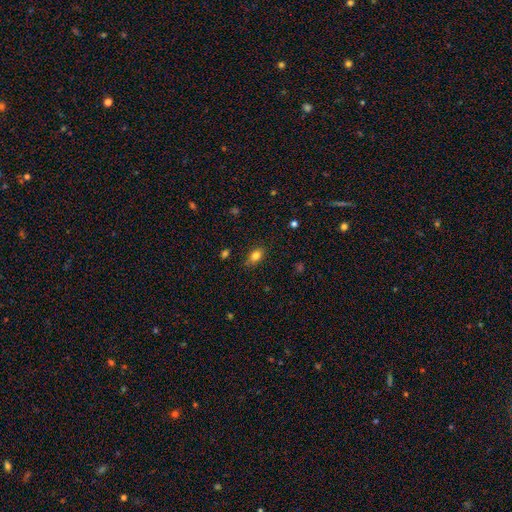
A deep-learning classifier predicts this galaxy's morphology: type=smooth (82%); roundness=in between (82%); merging=none (79%).